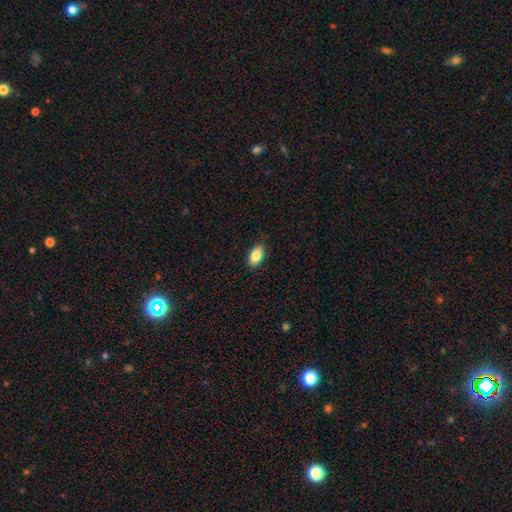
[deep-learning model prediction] Morphology: type=smooth (86%); roundness=in between (93%); merging=none (87%).